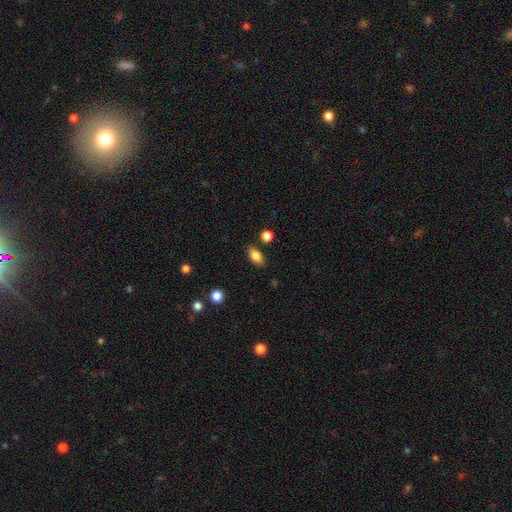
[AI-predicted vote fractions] smooth 82%, featured or disk 10%, star or artifact 8%. Down the decision tree: how rounded — in between (88%); merging — none (85%).